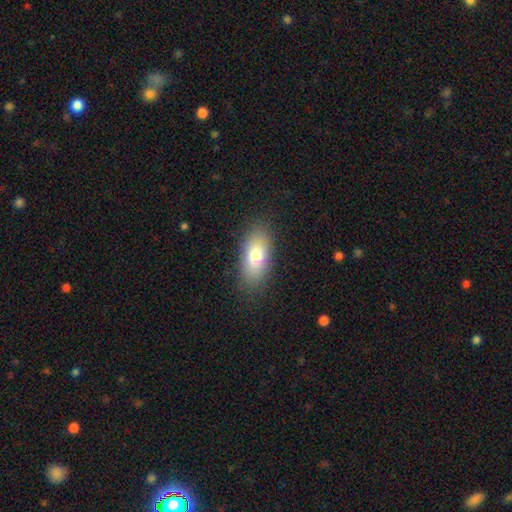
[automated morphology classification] Smooth or featured: smooth — 77% (featured or disk — 15%)
How rounded: in between — 85% (cigar-shaped — 11%)
Merging: none — 85% (minor disturbance — 11%)